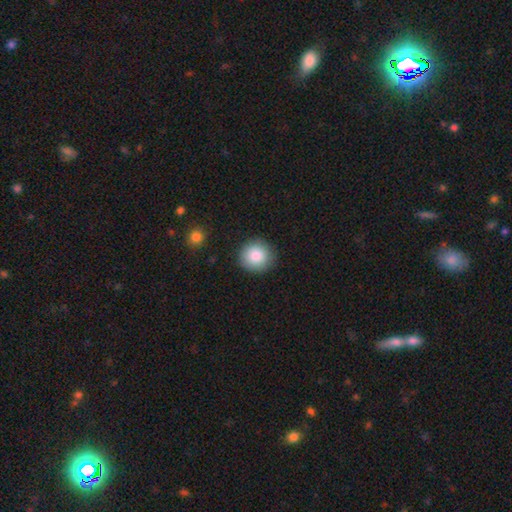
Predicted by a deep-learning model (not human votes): A smooth galaxy with no disk features (86%) that is round (93%).

Vote fractions:
- Smooth or featured? smooth: 86% / star or artifact: 8% / featured or disk: 6%
- How rounded? round: 93% / in between: 7% / cigar-shaped: 1%
- Merging? none: 89% / minor disturbance: 8% / major disturbance: 2% / merger: 1%